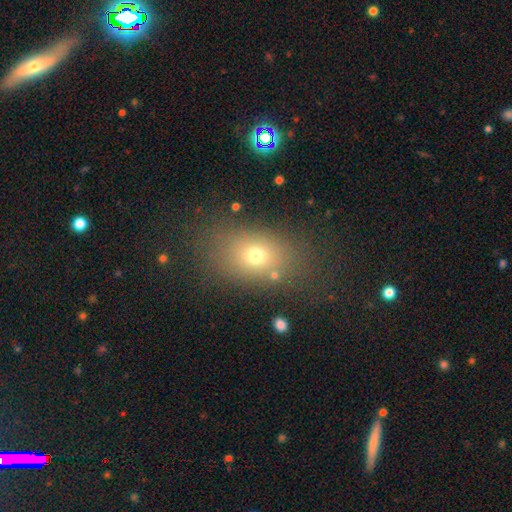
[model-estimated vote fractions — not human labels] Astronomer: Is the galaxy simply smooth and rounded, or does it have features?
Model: smooth — 68%.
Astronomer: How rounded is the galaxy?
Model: in between — 69%.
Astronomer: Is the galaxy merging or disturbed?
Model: none — 77%.